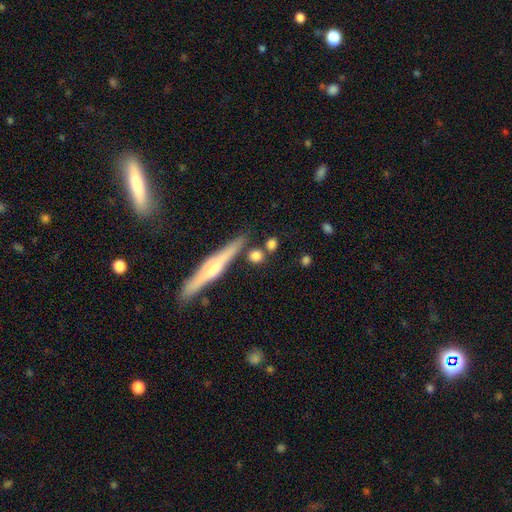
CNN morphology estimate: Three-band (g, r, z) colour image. It shows a smooth galaxy with no disk features (77%) that is round (74%). Merging: none (76%).